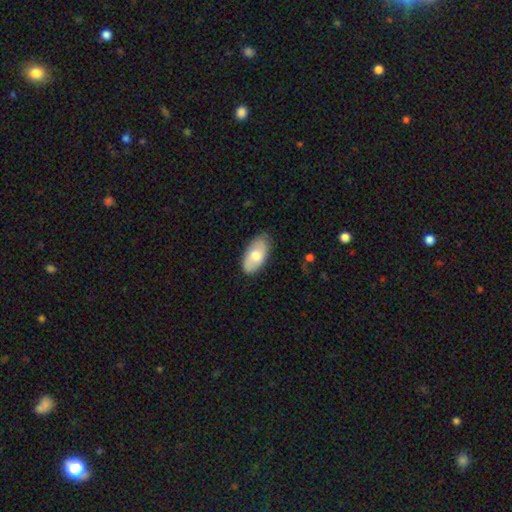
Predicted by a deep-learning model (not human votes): smooth 71%, featured or disk 23%, star or artifact 6%. Down the decision tree: how rounded — in between (94%); merging — none (79%).